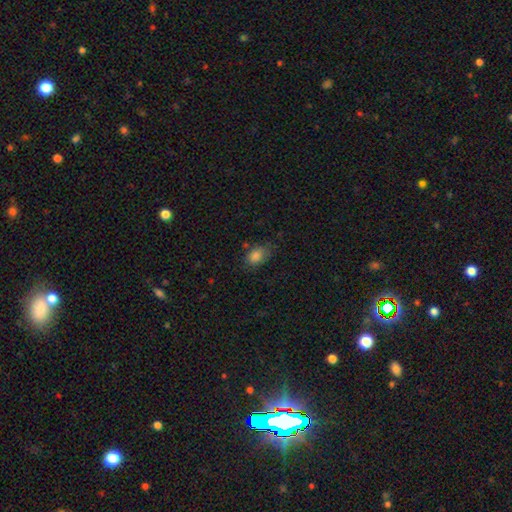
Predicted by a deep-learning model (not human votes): Smooth or featured: smooth — 82% (star or artifact — 11%)
How rounded: in between — 80% (round — 18%)
Merging: none — 68% (minor disturbance — 23%)